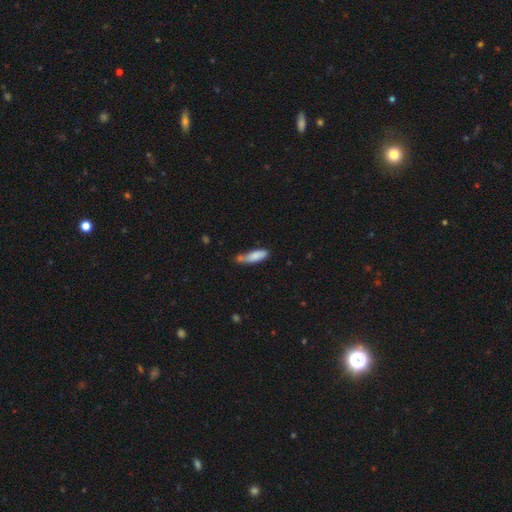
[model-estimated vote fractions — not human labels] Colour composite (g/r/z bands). It shows a smooth galaxy with no disk features (80%) that is cigar-shaped (56%). Merging: none (46%).